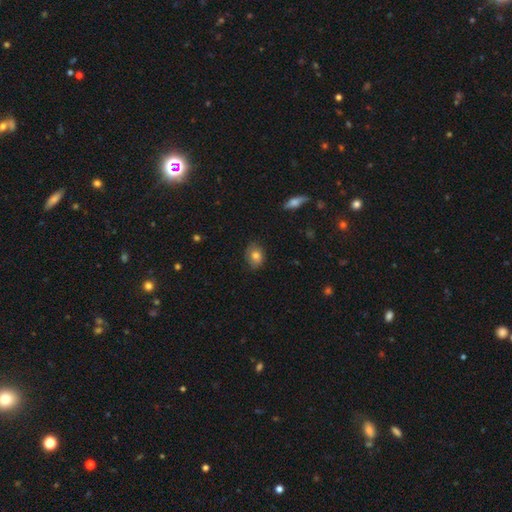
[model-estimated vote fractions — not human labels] A smooth galaxy with no disk features (77%) that is in between round and cigar-shaped (58%).

Vote fractions:
- Smooth or featured? smooth: 77% / featured or disk: 14% / star or artifact: 9%
- How rounded? in between: 58% / round: 41% / cigar-shaped: 1%
- Merging? none: 76% / minor disturbance: 20% / major disturbance: 4% / merger: 1%